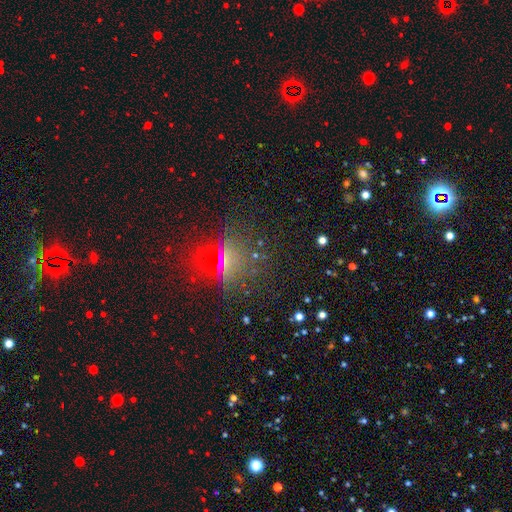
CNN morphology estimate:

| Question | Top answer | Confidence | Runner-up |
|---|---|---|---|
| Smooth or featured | star or artifact | 56% | smooth (29%) |